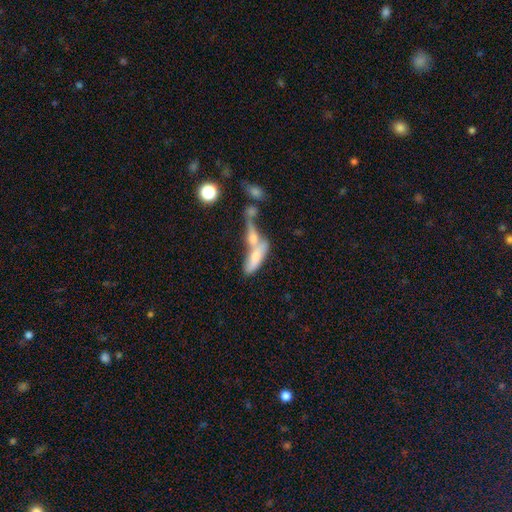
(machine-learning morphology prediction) This appears to be a smooth galaxy with no disk features (61%) that is in between round and cigar-shaped (53%). Merging: merger (62%).